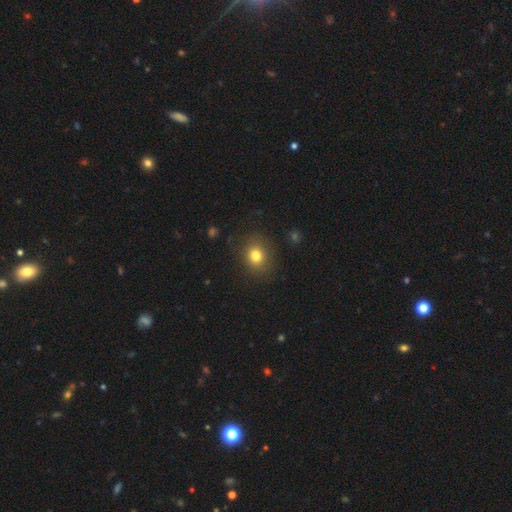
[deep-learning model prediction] smooth_or_featured: smooth (p=0.79) [alt: star or artifact p=0.13]
how_rounded: round (p=0.71) [alt: in between p=0.28]
merging: none (p=0.86) [alt: minor disturbance p=0.10]